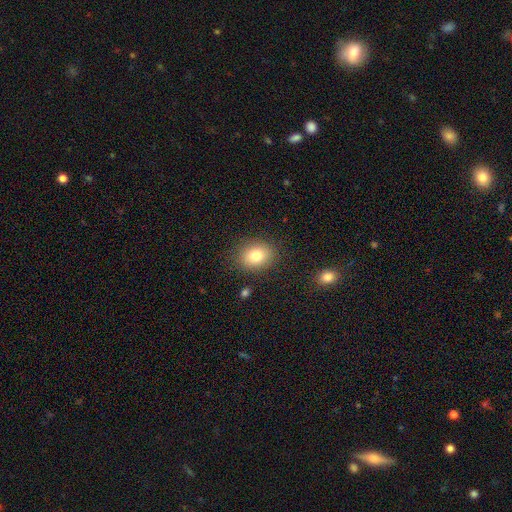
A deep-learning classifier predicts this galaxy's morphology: Smooth or featured: smooth — 79% (star or artifact — 11%)
How rounded: round — 54% (in between — 45%)
Merging: none — 85% (minor disturbance — 10%)